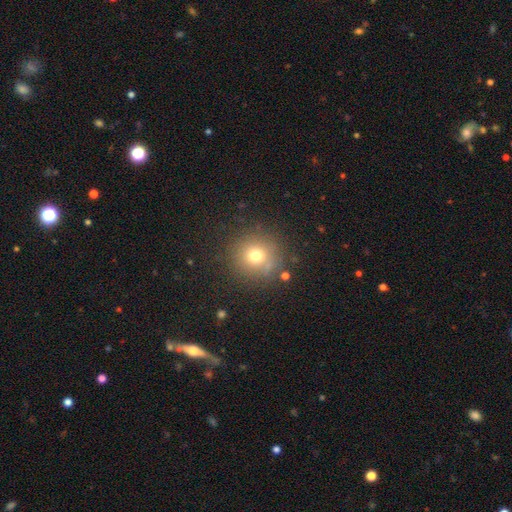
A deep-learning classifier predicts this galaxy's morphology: This is likely a smooth galaxy (71%). How rounded: clearly round (94%). Merging: clearly none (83%).